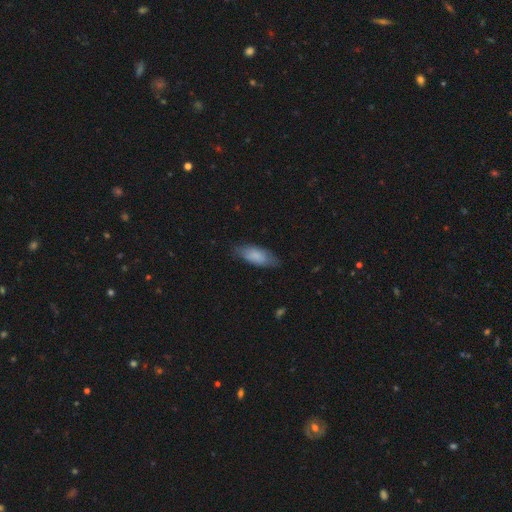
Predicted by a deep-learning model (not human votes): The model was most divided on "how rounded": in between: 76%, cigar-shaped: 22%, round: 2%. More confident: smooth or featured — smooth (82%); merging — none (76%).